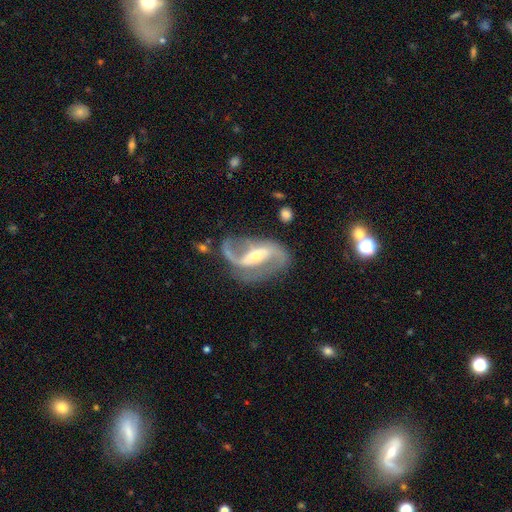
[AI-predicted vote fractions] Overall: featured or disk (91%). Edge-on disk: no (97%). Bar: strong (50%; weak 31%). Spiral arms: yes (97%). Spiral arm count: 2 (92%). Spiral winding: loose (52%; medium 39%). Bulge size: small (53%; moderate 42%). Merging: none (73%).